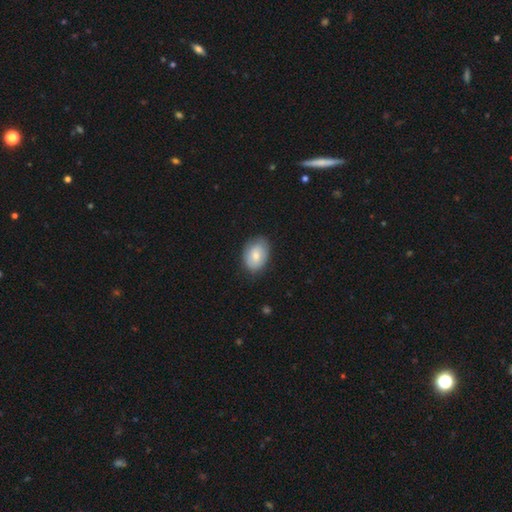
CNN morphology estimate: smooth 76%, featured or disk 18%, star or artifact 6%. Down the decision tree: how rounded — in between (79%); merging — none (79%).